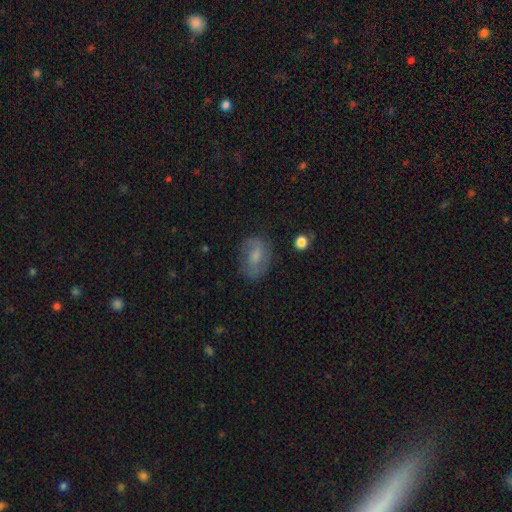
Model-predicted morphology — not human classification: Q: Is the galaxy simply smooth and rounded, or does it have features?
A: smooth — 49%.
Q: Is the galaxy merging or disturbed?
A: none — 66%.